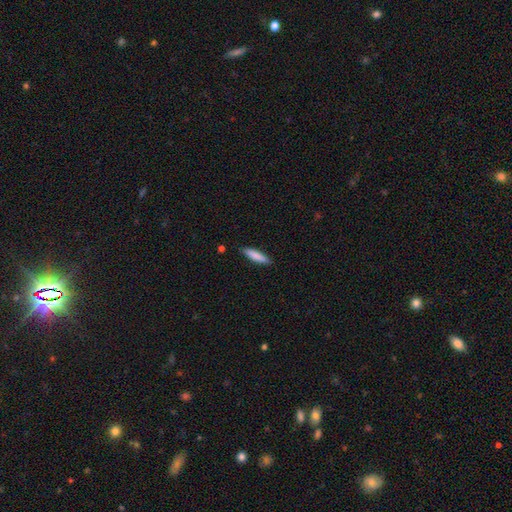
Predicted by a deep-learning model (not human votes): smooth 83%, featured or disk 11%, star or artifact 6%. Down the decision tree: how rounded — cigar-shaped (80%); merging — none (87%).